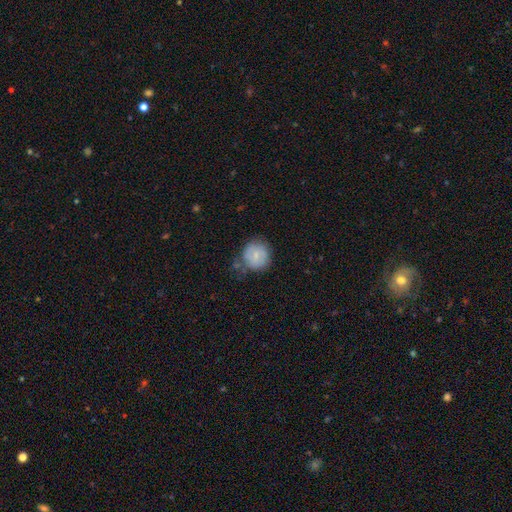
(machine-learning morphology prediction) This is likely a smooth galaxy (69%). How rounded: clearly round (88%). Merging: likely none (62%).